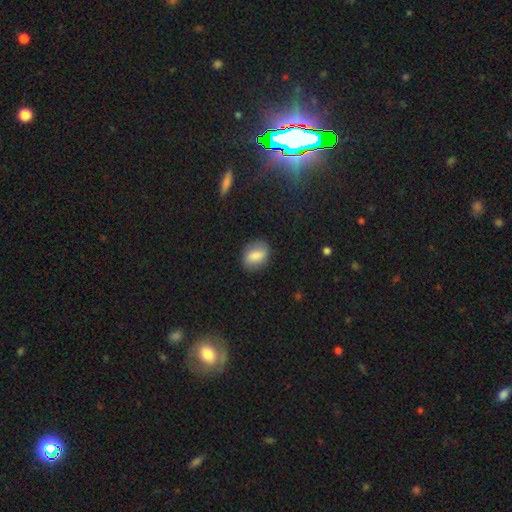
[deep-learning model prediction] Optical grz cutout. It shows a smooth galaxy with no disk features (80%) that is in between round and cigar-shaped (76%). Merging: none (79%).